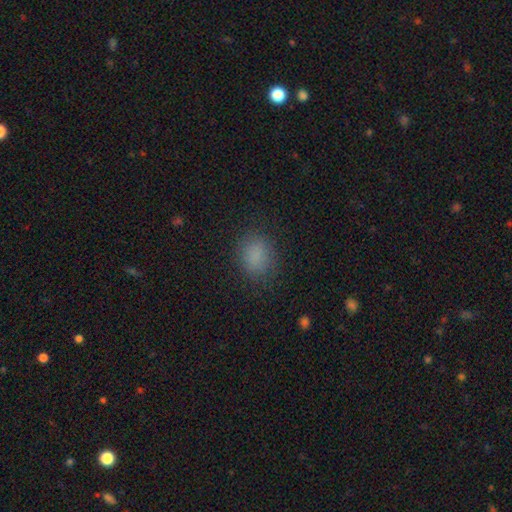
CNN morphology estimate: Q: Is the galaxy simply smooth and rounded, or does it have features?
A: smooth — 84%.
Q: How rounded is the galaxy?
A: in between — 51%.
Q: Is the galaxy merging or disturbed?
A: none — 83%.